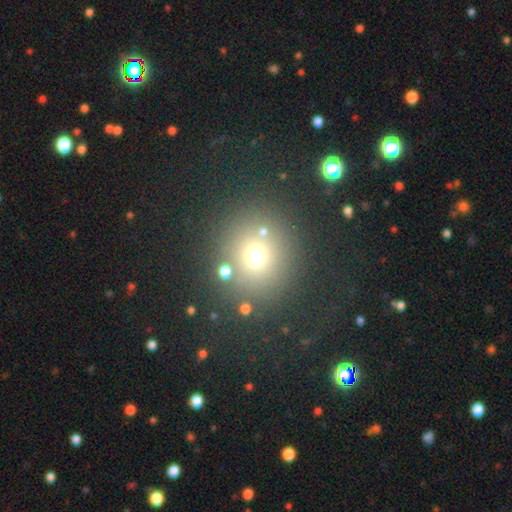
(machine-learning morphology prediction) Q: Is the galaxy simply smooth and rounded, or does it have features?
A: smooth — 66%.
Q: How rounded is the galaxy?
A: round — 90%.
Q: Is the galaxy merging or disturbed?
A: none — 80%.